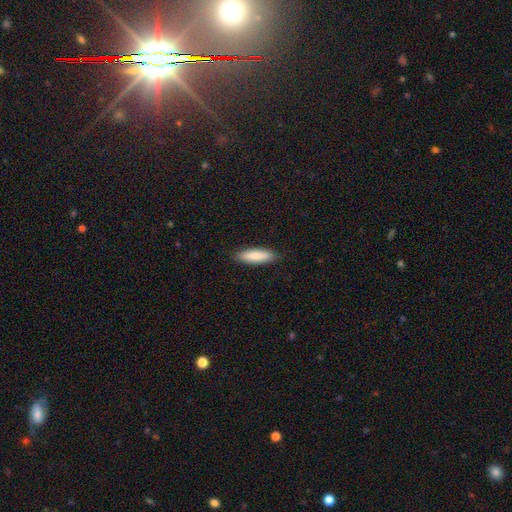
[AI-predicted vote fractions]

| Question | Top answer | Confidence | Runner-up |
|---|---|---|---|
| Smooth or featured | smooth | 85% | featured or disk (10%) |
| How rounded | cigar-shaped | 59% | in between (39%) |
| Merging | none | 88% | minor disturbance (9%) |